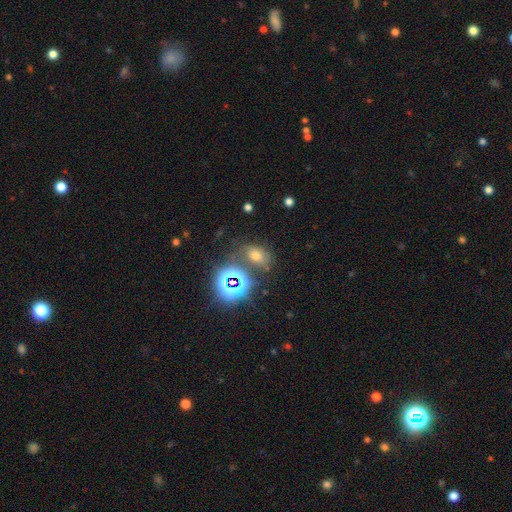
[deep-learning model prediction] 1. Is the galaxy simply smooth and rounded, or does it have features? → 47% smooth, 38% star or artifact, 15% featured or disk.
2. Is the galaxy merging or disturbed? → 61% none, 18% minor disturbance, 13% merger, 9% major disturbance.